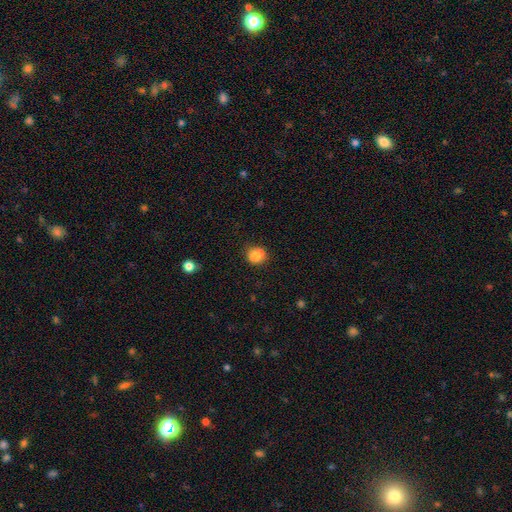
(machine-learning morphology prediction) Smooth or featured? Predicted: smooth (p=0.82). How rounded? Predicted: round (p=0.80). Merging? Predicted: none (p=0.67).